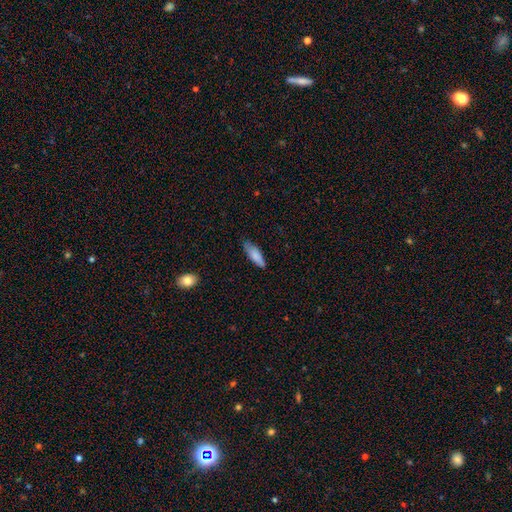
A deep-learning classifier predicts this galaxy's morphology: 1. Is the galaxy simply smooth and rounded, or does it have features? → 83% smooth, 11% featured or disk, 6% star or artifact.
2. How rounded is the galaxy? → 57% in between, 41% cigar-shaped, 2% round.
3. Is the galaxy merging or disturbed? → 71% none, 24% minor disturbance, 4% major disturbance, 2% merger.